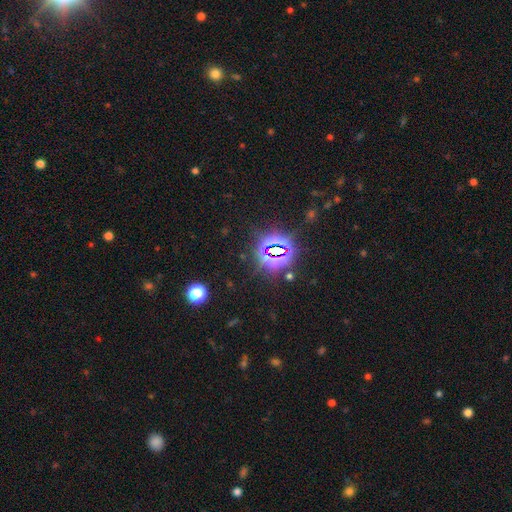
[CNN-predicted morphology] smooth-or-featured: star or artifact: 82% | smooth: 11% | featured or disk: 7%